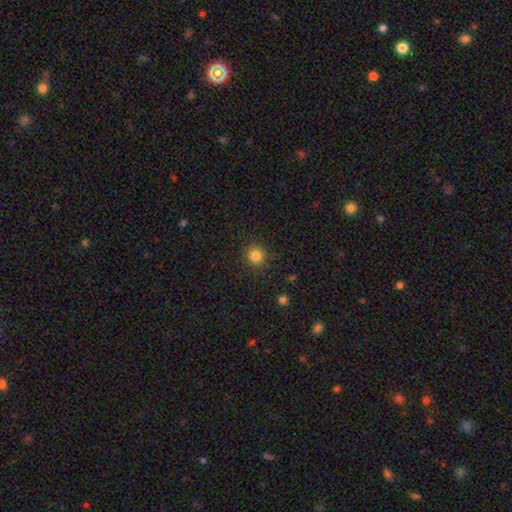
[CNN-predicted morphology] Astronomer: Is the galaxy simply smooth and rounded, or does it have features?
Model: smooth — 83%.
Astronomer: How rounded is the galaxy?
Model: round — 93%.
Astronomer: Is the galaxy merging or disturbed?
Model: none — 89%.